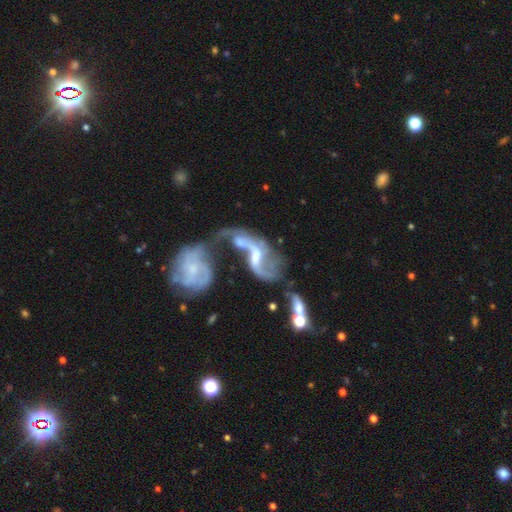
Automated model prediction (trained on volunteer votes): Smooth or featured?
  - featured or disk: 81% *
  - smooth: 10%
  - star or artifact: 9%
Edge-on disk?
  - no: 95% *
  - yes: 5%
Bar?
  - weak: 45% *
  - no: 32%
  - strong: 23%
Spiral arms?
  - yes: 85% *
  - no: 15%
Spiral winding?
  - loose: 72% *
  - medium: 22%
  - tight: 6%
Spiral arm count?
  - 2: 77% *
  - can't tell: 10%
  - 1: 7%
  - 3: 3%
  - 4: 2%
  - more than 4: 2%
Bulge size?
  - small: 41% *
  - moderate: 37%
  - none: 16%
  - large: 5%
  - dominant: 2%
Merging?
  - merger: 62% *
  - major disturbance: 15%
  - none: 15%
  - minor disturbance: 8%